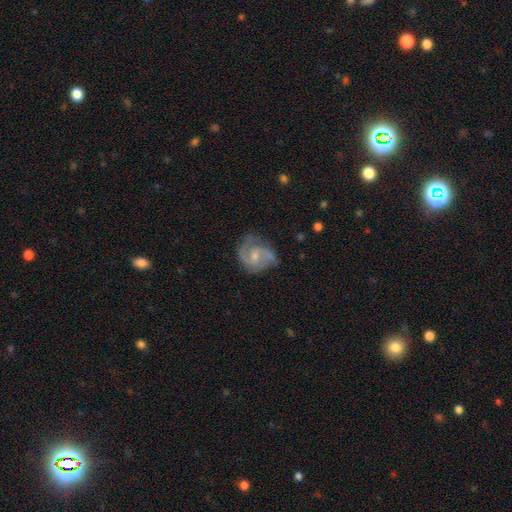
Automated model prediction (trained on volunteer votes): A featured or disk galaxy (77%) with no bar (47%), 2 (72%) medium (51%) spiral arms (93%) and a small central bulge (48%).

Vote fractions:
- Smooth or featured? featured or disk: 77% / smooth: 17% / star or artifact: 6%
- Edge-on disk? no: 98% / yes: 2%
- Bar? no: 47% / weak: 45% / strong: 8%
- Spiral arms? yes: 93% / no: 7%
- Spiral winding? medium: 51% / tight: 29% / loose: 20%
- Spiral arm count? 2: 72% / can't tell: 11% / 3: 9% / 1: 5% / 4: 2% / more than 4: 2%
- Bulge size? small: 48% / moderate: 42% / none: 6% / large: 2% / dominant: 1%
- Merging? none: 59% / minor disturbance: 26% / major disturbance: 13% / merger: 2%